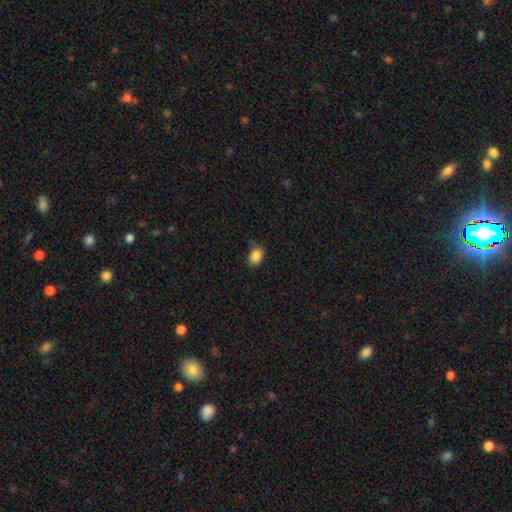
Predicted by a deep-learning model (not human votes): Smooth or featured? Predicted: smooth (p=0.87). How rounded? Predicted: in between (p=0.74). Merging? Predicted: none (p=0.72).